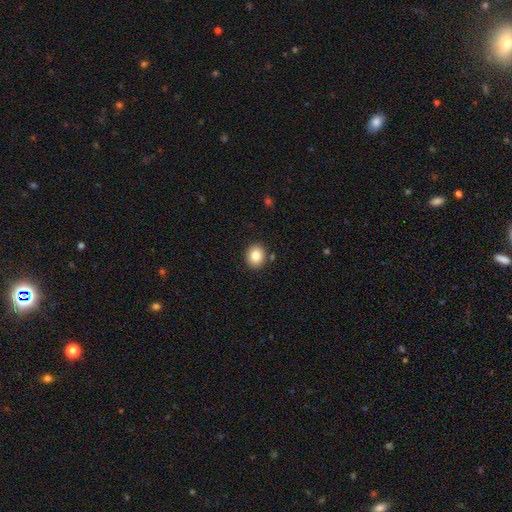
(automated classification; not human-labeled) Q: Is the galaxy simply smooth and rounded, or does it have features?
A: smooth — 83%.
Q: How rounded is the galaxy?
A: round — 75%.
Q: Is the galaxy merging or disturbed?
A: none — 88%.